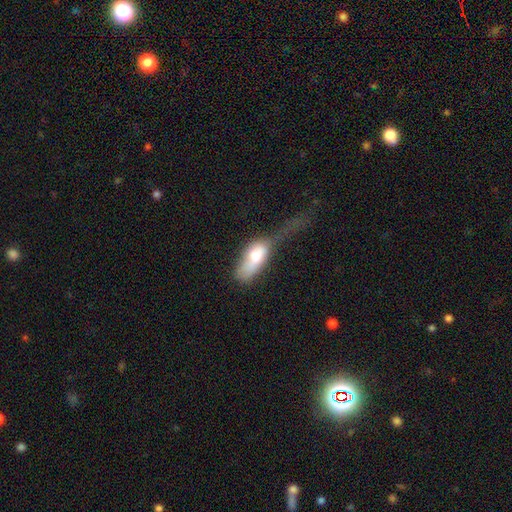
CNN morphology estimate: smooth 69%, featured or disk 24%, star or artifact 7%. Down the decision tree: how rounded — in between (84%); merging — major disturbance (56%).